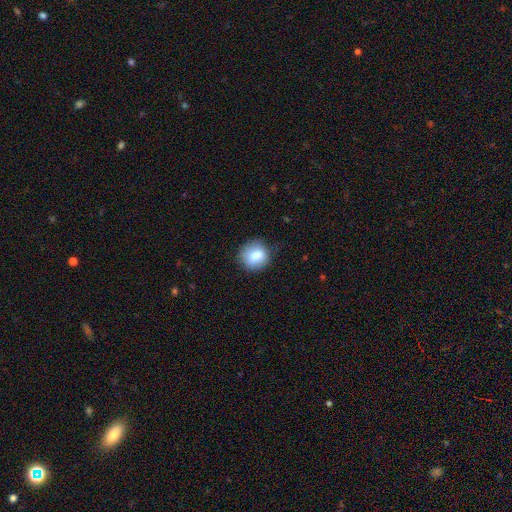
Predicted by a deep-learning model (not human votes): Overall: smooth (78%). How rounded: round (77%). Merging: none (77%).